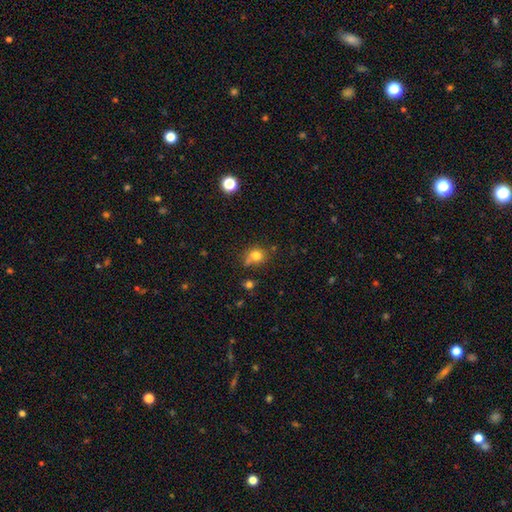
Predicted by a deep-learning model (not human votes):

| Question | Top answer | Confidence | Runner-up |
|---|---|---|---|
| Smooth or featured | smooth | 78% | star or artifact (14%) |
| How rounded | round | 76% | in between (23%) |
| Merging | none | 57% | minor disturbance (20%) |